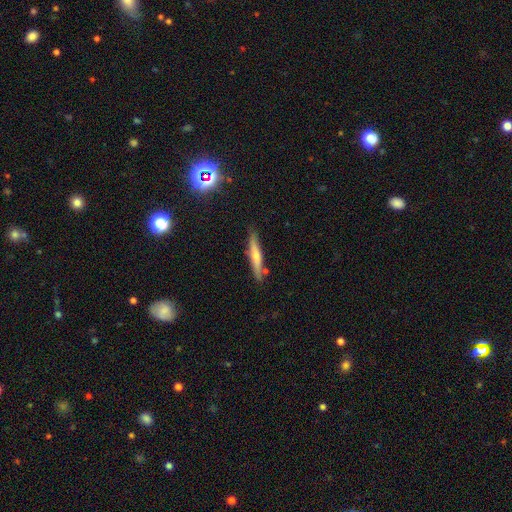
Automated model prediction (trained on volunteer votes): A smooth galaxy with no disk features (52%) that is cigar-shaped (92%). Merging: none (82%).